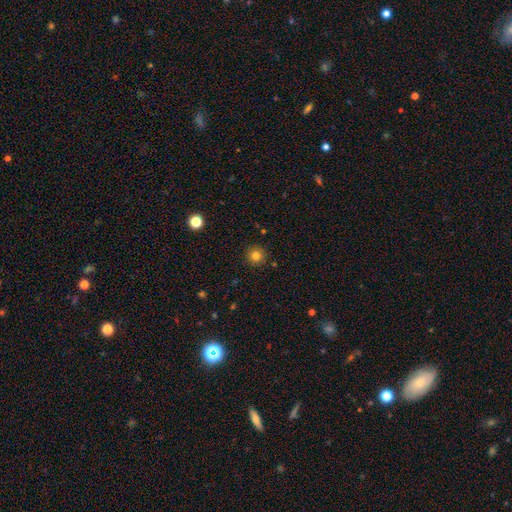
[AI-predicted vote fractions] Overall: smooth (81%). How rounded: round (95%). Merging: none (90%).